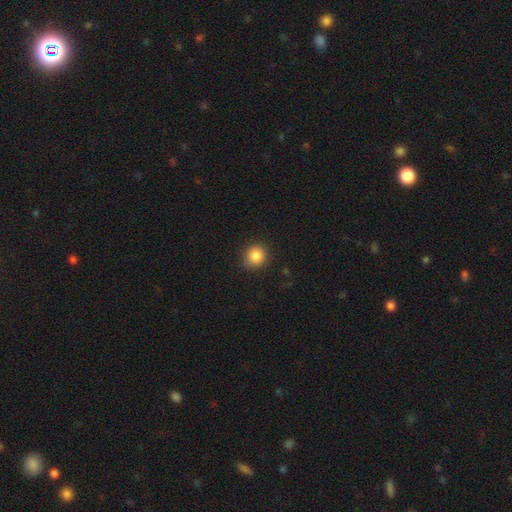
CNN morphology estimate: type=smooth (86%); roundness=round (88%); merging=none (85%).